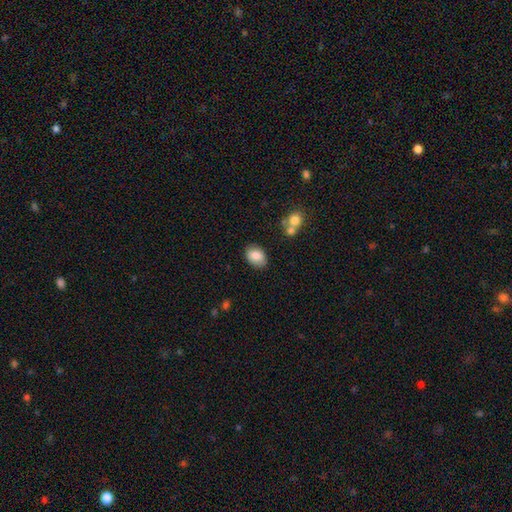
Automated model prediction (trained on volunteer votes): A smooth galaxy with no disk features (84%) that is in between round and cigar-shaped (81%). Merging: none (79%).